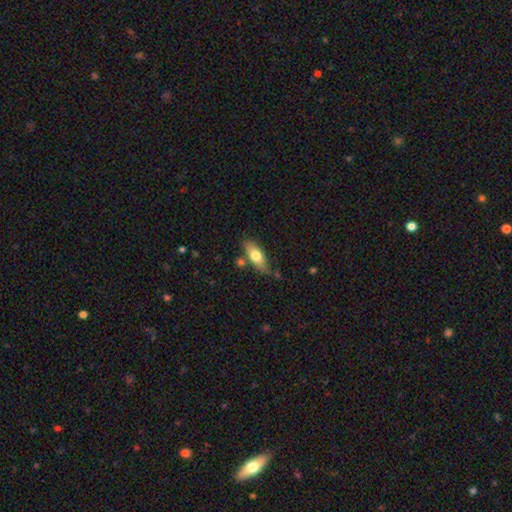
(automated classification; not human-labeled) Smooth or featured? smooth (68%)
How rounded? in between (73%)
Merging? none (64%)